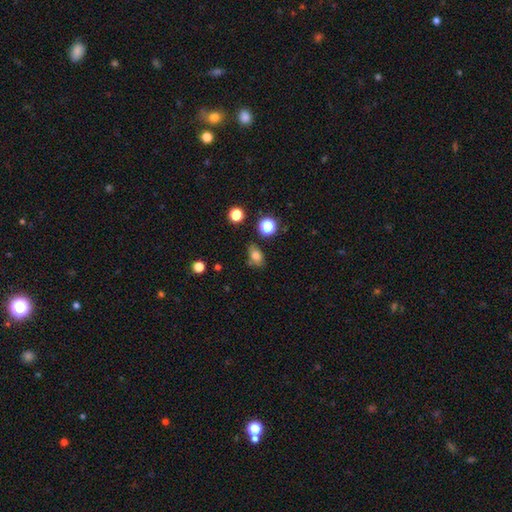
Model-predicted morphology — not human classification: Q: Smooth or featured?
A: smooth (78%); runner-up: star or artifact (13%)
Q: How rounded?
A: in between (78%); runner-up: round (19%)
Q: Merging?
A: none (73%); runner-up: minor disturbance (17%)